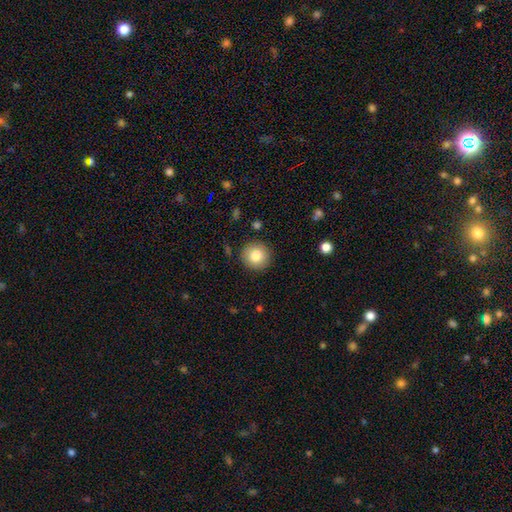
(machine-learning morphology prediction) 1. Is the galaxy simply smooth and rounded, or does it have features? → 83% smooth, 8% star or artifact, 8% featured or disk.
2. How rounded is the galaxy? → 94% round, 5% in between, 1% cigar-shaped.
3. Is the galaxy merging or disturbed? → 90% none, 7% minor disturbance, 2% major disturbance, 1% merger.